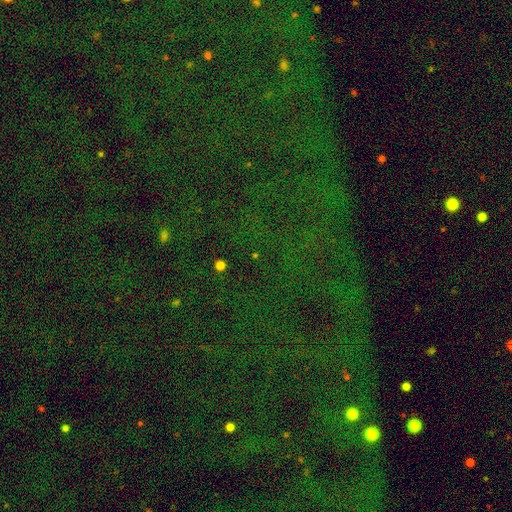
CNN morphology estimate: smooth_or_featured: star or artifact (p=0.76) [alt: smooth p=0.17]